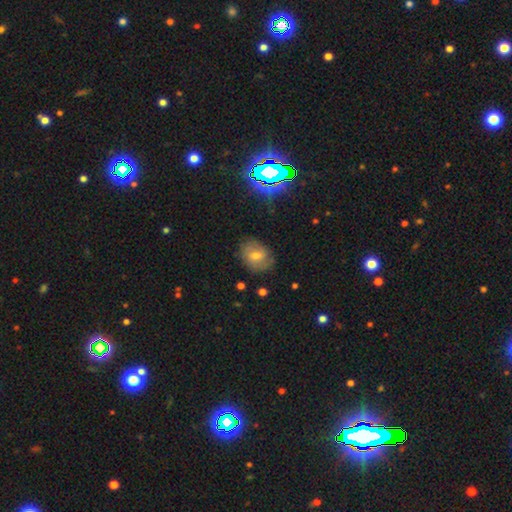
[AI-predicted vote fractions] Smooth or featured: smooth — 49% (featured or disk — 30%)
Merging: none — 76% (minor disturbance — 17%)